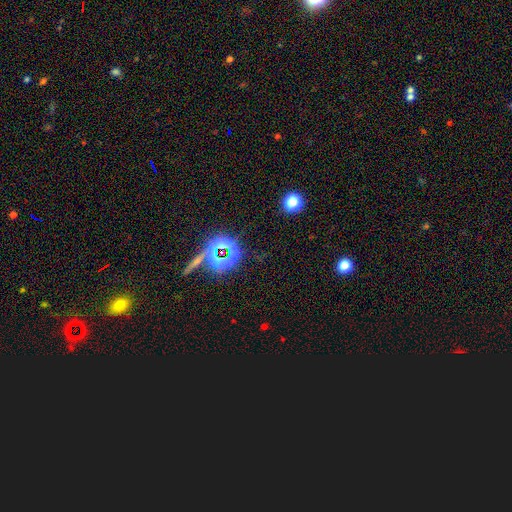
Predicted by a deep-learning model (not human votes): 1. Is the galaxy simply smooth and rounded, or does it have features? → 81% star or artifact, 12% smooth, 7% featured or disk.